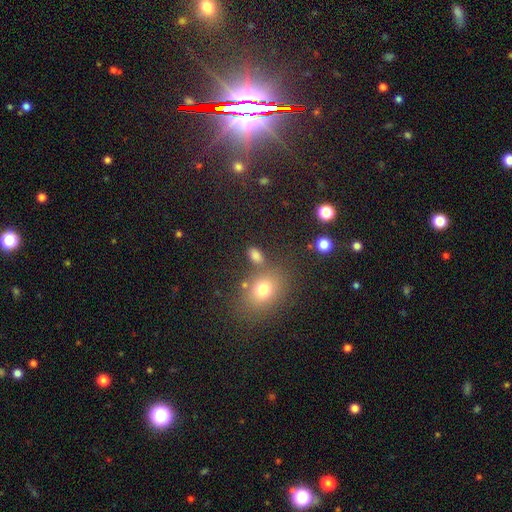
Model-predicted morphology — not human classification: smooth-or-featured: smooth: 78% | star or artifact: 15% | featured or disk: 7%
  how-rounded: in between: 80% | round: 17% | cigar-shaped: 3%
  merging: none: 72% | minor disturbance: 12% | merger: 11% | major disturbance: 5%